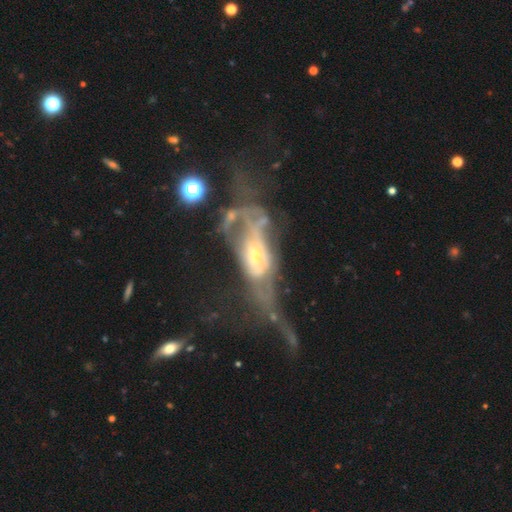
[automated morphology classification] featured or disk 75%, smooth 15%, star or artifact 11%. Down the decision tree: edge-on disk — no (80%); bar — no (69%); spiral arms — yes (53%); bulge size — moderate (50%); merging — major disturbance (51%).